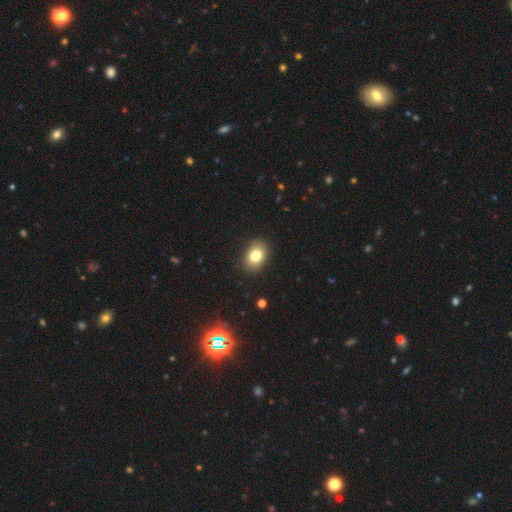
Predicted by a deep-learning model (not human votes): Smooth or featured? Predicted: smooth (p=0.79). How rounded? Predicted: in between (p=0.76). Merging? Predicted: none (p=0.89).